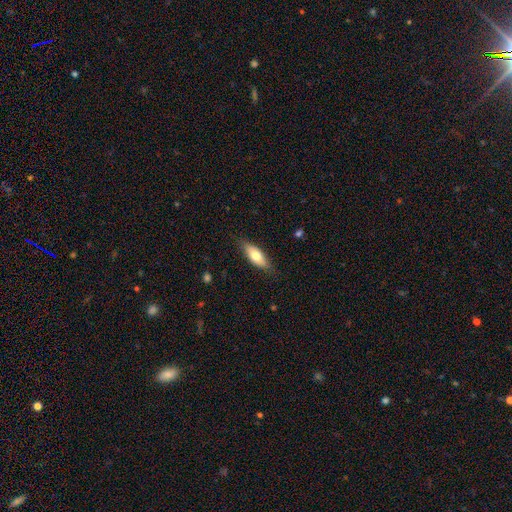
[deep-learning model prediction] Morphology: type=smooth (70%); roundness=in between (72%); merging=none (82%).